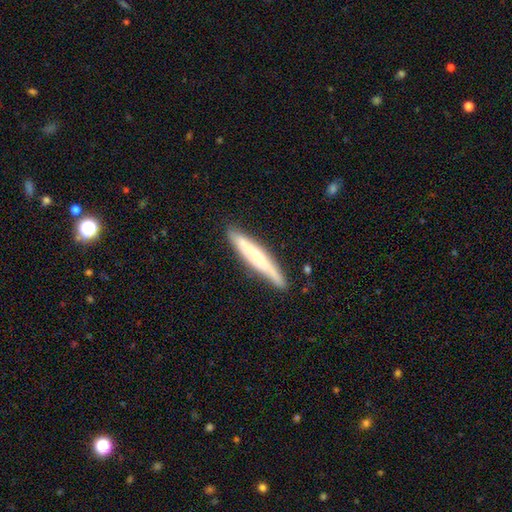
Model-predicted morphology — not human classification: Smooth or featured? featured or disk (50%)
Edge-on disk? yes (85%)
Merging? none (84%)